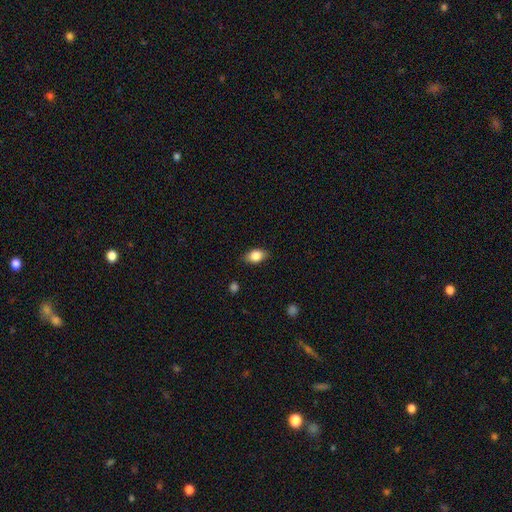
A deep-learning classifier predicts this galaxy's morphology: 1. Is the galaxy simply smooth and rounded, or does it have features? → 84% smooth, 8% star or artifact, 8% featured or disk.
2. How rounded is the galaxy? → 79% in between, 19% round, 2% cigar-shaped.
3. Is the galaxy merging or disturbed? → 82% none, 14% minor disturbance, 3% major disturbance, 1% merger.